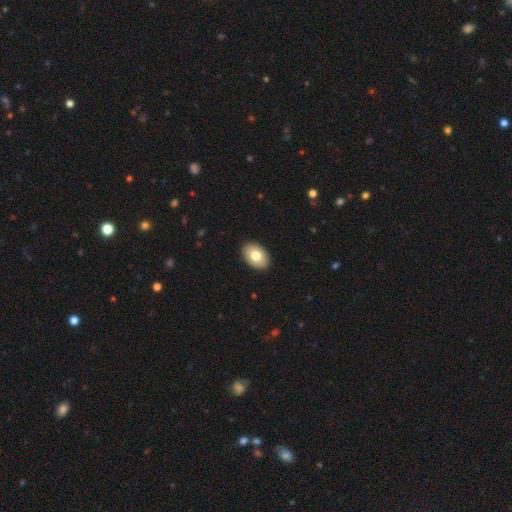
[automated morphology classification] This appears to be a smooth galaxy with no disk features (79%) that is in between round and cigar-shaped (87%). Merging: none (91%).